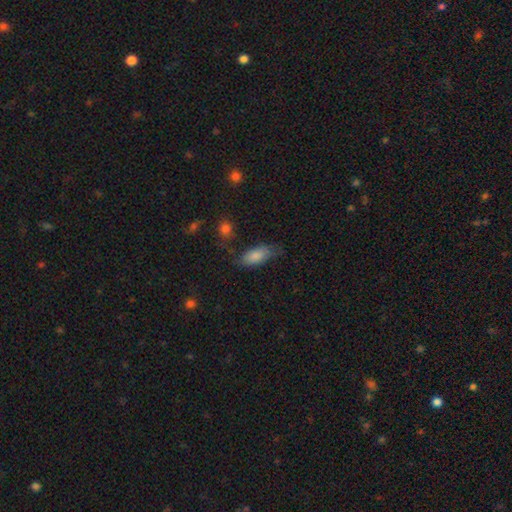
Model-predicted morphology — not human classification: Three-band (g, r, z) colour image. It shows a smooth galaxy with no disk features (84%) that is in between round and cigar-shaped (86%). Merging: none (60%).